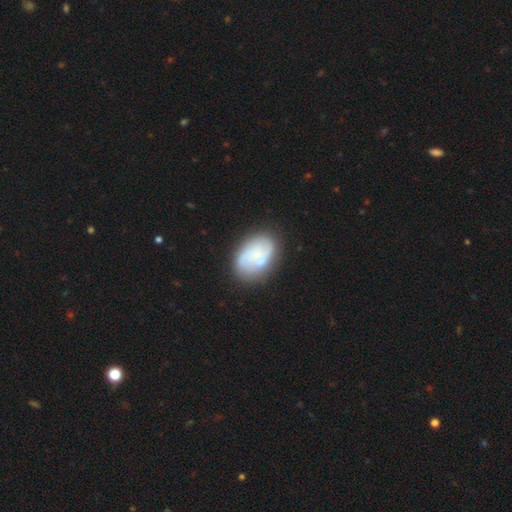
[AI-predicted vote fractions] Overall: featured or disk (55%; smooth 37%). Edge-on disk: no (97%). Bar: no (76%). Spiral arms: yes (75%). Bulge size: small (46%; none 32%). Merging: none (62%).